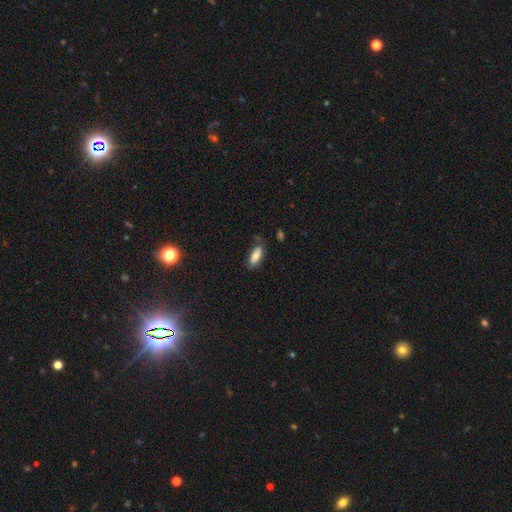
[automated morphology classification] Smooth or featured?
  - smooth: 76% *
  - featured or disk: 16%
  - star or artifact: 8%
How rounded?
  - in between: 81% *
  - cigar-shaped: 17%
  - round: 2%
Merging?
  - none: 65% *
  - minor disturbance: 25%
  - major disturbance: 7%
  - merger: 3%